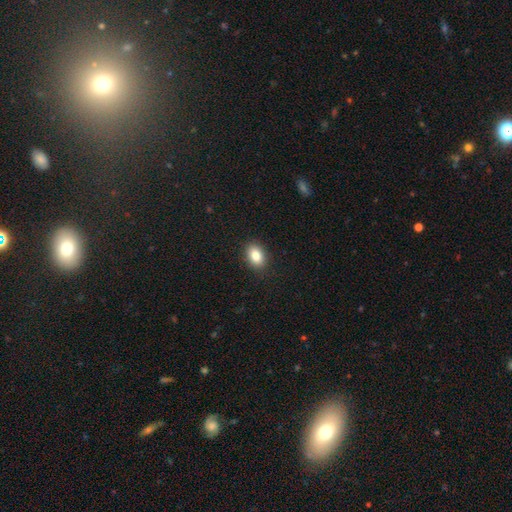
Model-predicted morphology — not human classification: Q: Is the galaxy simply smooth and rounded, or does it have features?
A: smooth — 85%.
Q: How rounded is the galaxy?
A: in between — 77%.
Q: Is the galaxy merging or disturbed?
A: none — 90%.